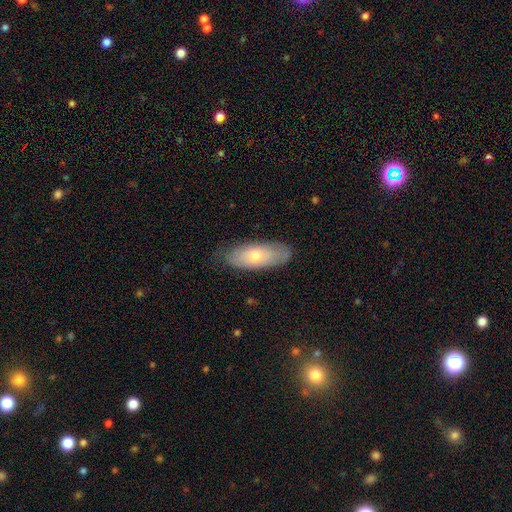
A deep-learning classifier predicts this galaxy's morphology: Smooth or featured? smooth (61%)
How rounded? in between (77%)
Merging? none (77%)